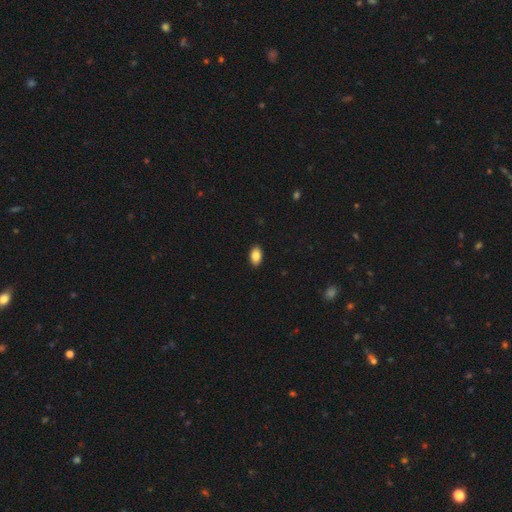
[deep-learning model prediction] A smooth galaxy with no disk features (87%) that is in between round and cigar-shaped (91%). Merging: none (90%).